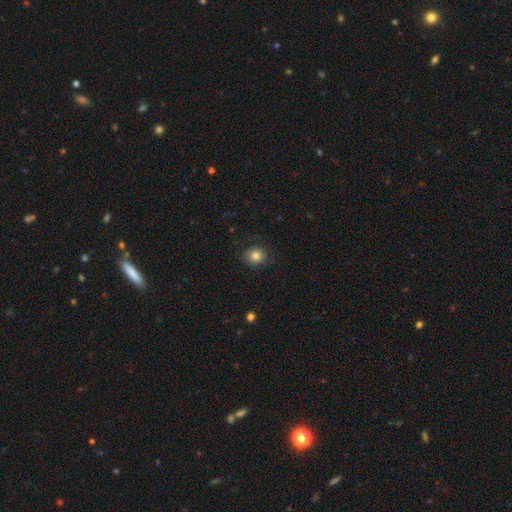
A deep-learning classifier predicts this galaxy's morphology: Smooth or featured?
  - smooth: 82% *
  - star or artifact: 11%
  - featured or disk: 7%
How rounded?
  - round: 82% *
  - in between: 17%
  - cigar-shaped: 1%
Merging?
  - none: 84% *
  - minor disturbance: 11%
  - major disturbance: 4%
  - merger: 1%